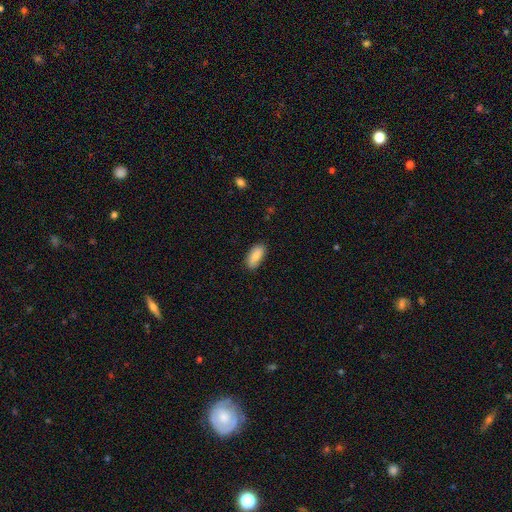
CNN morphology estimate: This appears to be a smooth galaxy with no disk features (85%) that is in between round and cigar-shaped (91%). Merging: none (84%).